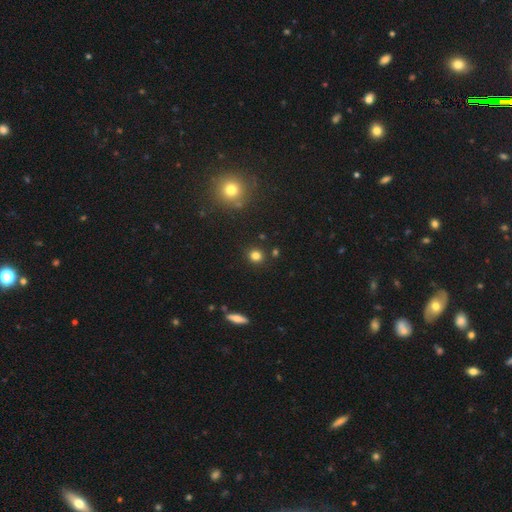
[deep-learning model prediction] Morphology: type=smooth (79%); roundness=round (90%); merging=none (89%).